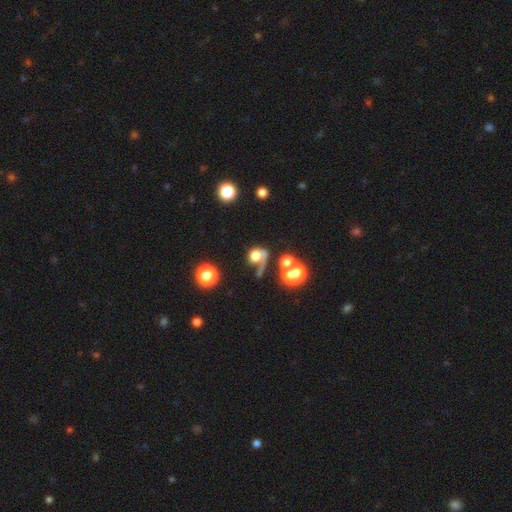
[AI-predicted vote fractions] Smooth or featured: smooth — 48% (featured or disk — 36%)
Merging: major disturbance — 35% (none — 27%)